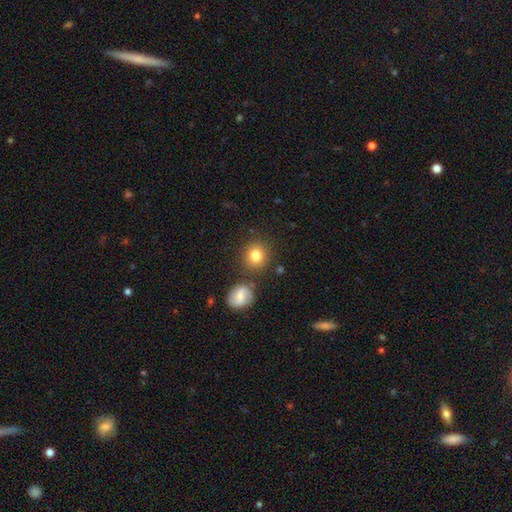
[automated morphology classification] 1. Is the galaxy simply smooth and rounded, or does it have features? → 80% smooth, 11% featured or disk, 9% star or artifact.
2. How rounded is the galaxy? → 88% round, 11% in between, 1% cigar-shaped.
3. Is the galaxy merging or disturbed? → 81% none, 9% minor disturbance, 7% merger, 3% major disturbance.